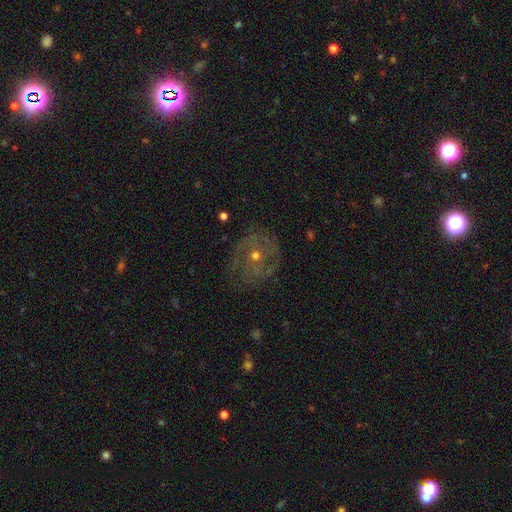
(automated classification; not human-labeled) smooth-or-featured: featured or disk: 73% | smooth: 18% | star or artifact: 9%
  disk-edge-on: no: 97% | yes: 3%
    bar: no: 82% | weak: 15% | strong: 3%
    has-spiral-arms: yes: 76% | no: 24%
      spiral-winding: tight: 57% | medium: 32% | loose: 11%
      spiral-arm-count: can't tell: 38% | 2: 25% | 3: 18% | 1: 7% | 4: 7% | more than 4: 5%
    bulge-size: moderate: 56% | small: 40% | large: 2% | none: 1% | dominant: 1%
  merging: none: 69% | minor disturbance: 18% | major disturbance: 12% | merger: 2%